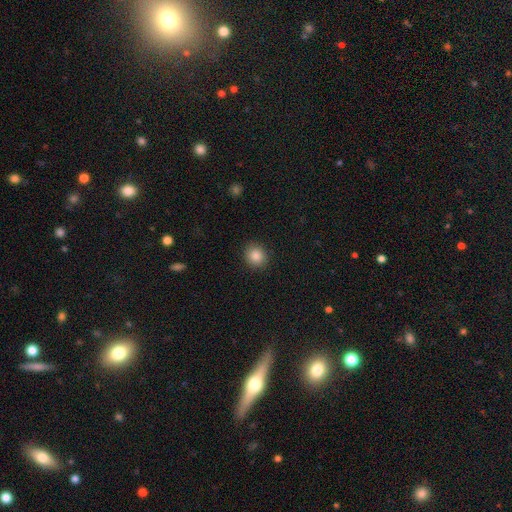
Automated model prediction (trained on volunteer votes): smooth 86%, star or artifact 10%, featured or disk 4%. Down the decision tree: how rounded — round (82%); merging — none (90%).